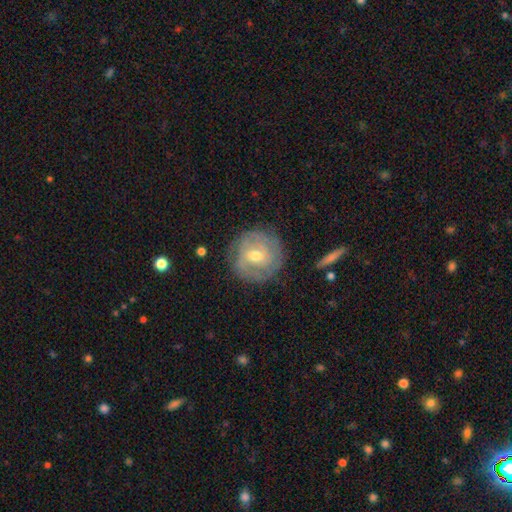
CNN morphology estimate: featured or disk 75%, smooth 19%, star or artifact 6%. Down the decision tree: edge-on disk — no (97%); bar — weak (49%); spiral arms — yes (87%); spiral arm count — can't tell (37%); spiral winding — tight (69%); bulge size — moderate (65%); merging — none (81%).